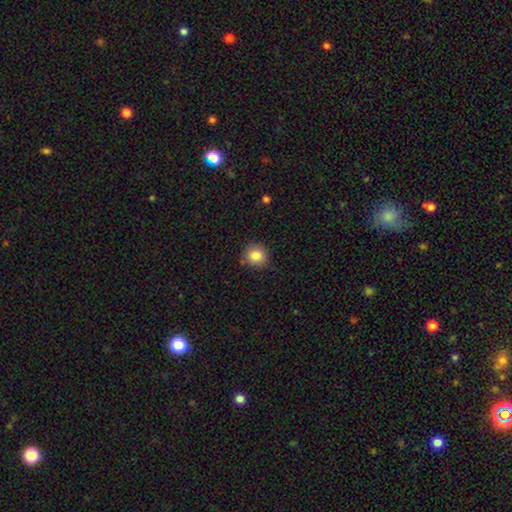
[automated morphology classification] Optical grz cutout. It shows a smooth galaxy with no disk features (85%) that is round (85%). Merging: none (80%).